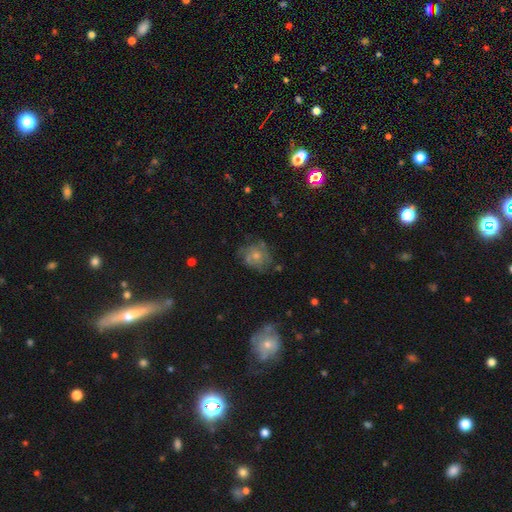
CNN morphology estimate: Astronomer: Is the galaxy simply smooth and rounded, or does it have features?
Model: featured or disk — 48% (runner-up: smooth, 41%).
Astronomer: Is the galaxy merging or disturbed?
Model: none — 56%.